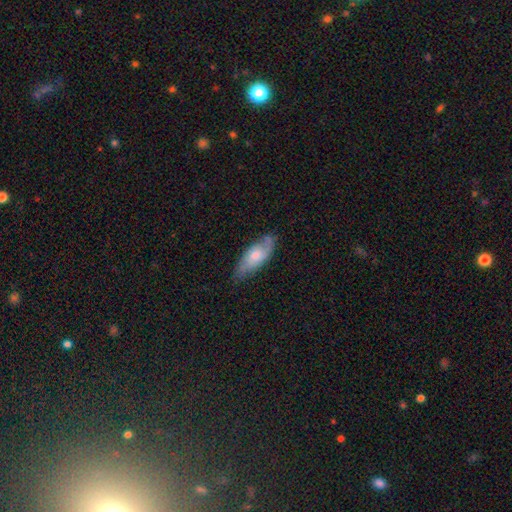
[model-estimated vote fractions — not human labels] smooth_or_featured: smooth (p=0.48) [alt: featured or disk p=0.46]
merging: none (p=0.70) [alt: minor disturbance p=0.23]